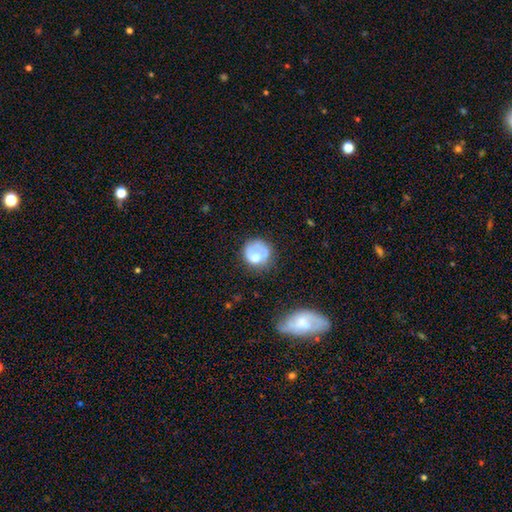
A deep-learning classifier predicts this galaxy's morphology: smooth 64%, featured or disk 29%, star or artifact 8%. Down the decision tree: how rounded — round (83%); merging — none (51%).